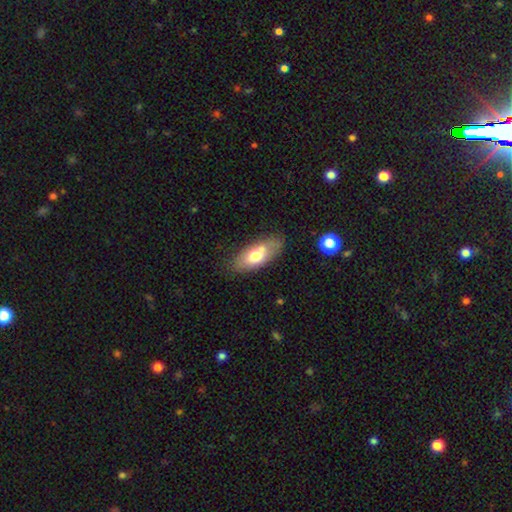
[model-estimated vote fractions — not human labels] Overall: smooth (65%; featured or disk 28%). How rounded: in between (82%). Merging: none (66%).